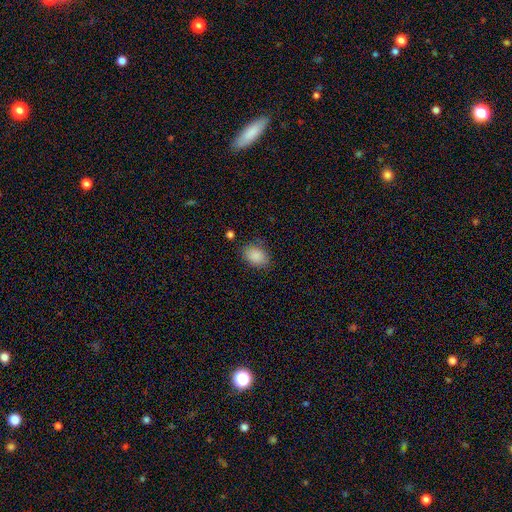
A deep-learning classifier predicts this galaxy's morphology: smooth-or-featured: smooth: 88% | star or artifact: 8% | featured or disk: 4%
  how-rounded: in between: 77% | round: 22% | cigar-shaped: 1%
  merging: none: 80% | minor disturbance: 14% | major disturbance: 4% | merger: 2%